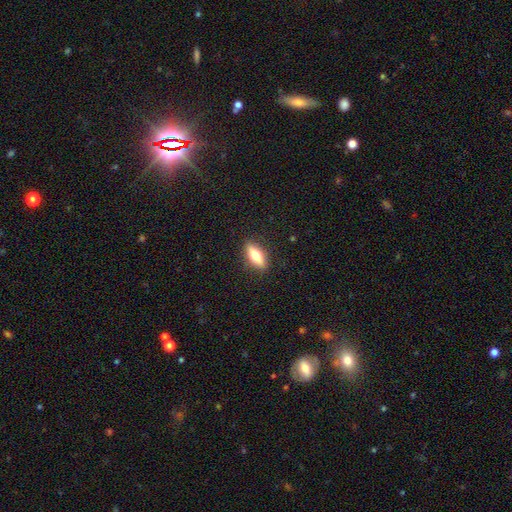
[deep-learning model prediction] Morphology: type=smooth (66%); roundness=in between (66%); merging=none (88%).